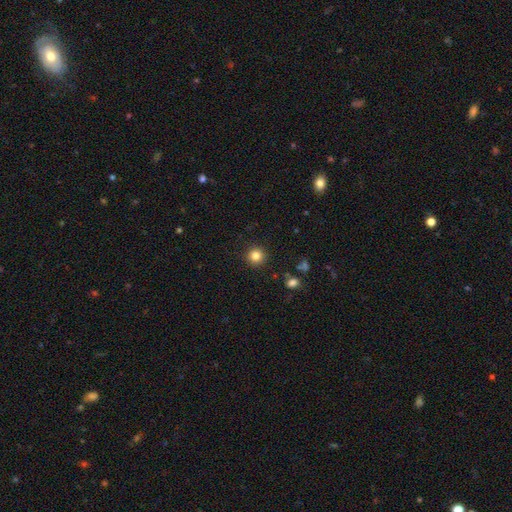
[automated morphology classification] A smooth galaxy with no disk features (83%) that is round (95%). Merging: none (92%).